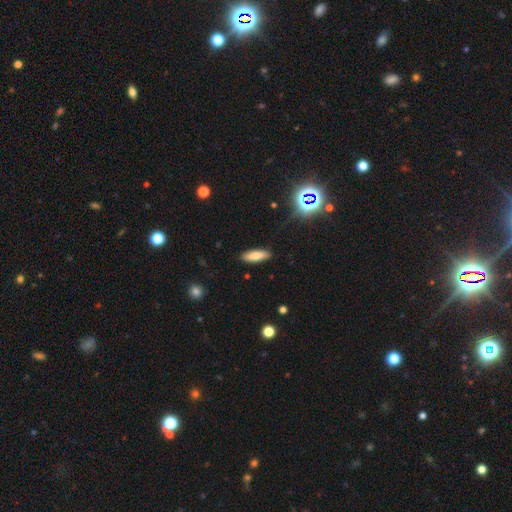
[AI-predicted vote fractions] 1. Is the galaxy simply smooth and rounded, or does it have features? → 79% smooth, 12% featured or disk, 9% star or artifact.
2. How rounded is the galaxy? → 52% in between, 46% cigar-shaped, 2% round.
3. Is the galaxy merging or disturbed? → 88% none, 9% minor disturbance, 2% major disturbance, 1% merger.